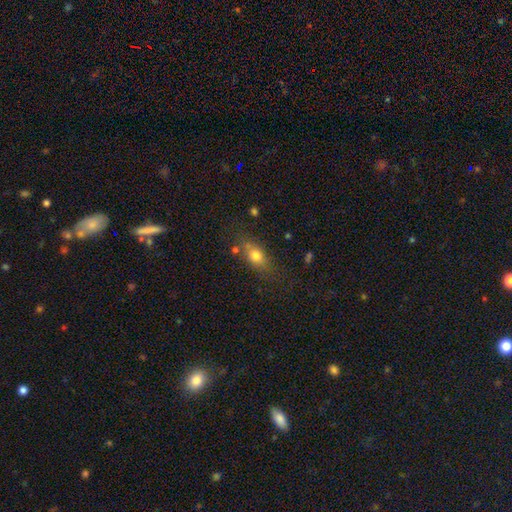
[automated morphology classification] type=smooth (73%); roundness=in between (68%); merging=none (68%).